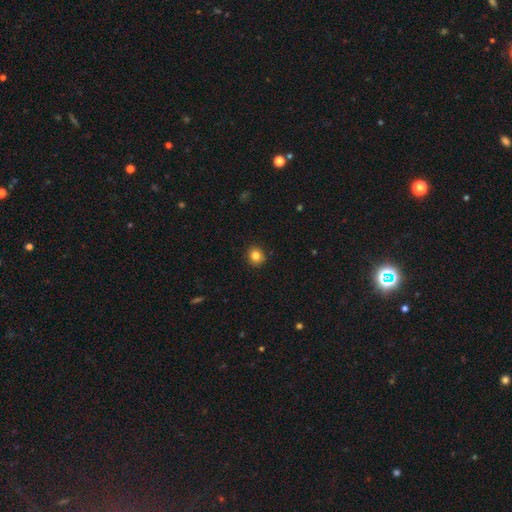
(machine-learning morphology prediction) Smooth or featured: smooth — 83% (star or artifact — 11%)
How rounded: round — 86% (in between — 13%)
Merging: none — 91% (minor disturbance — 6%)